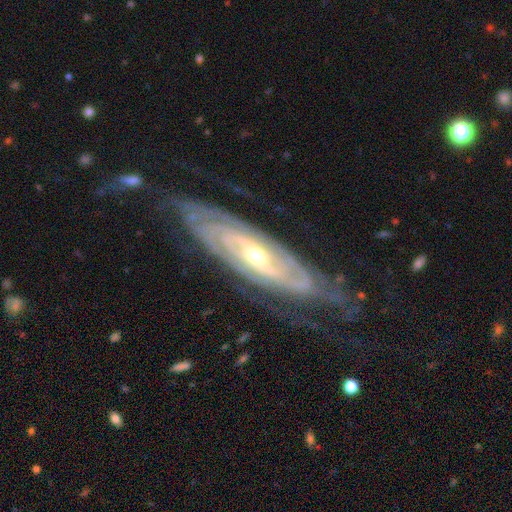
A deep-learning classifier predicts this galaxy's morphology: This appears to be a featured or disk galaxy (89%) with no bar (45%), tight (75%) spiral arms (97%) and a small central bulge (50%). Merging: none (70%).